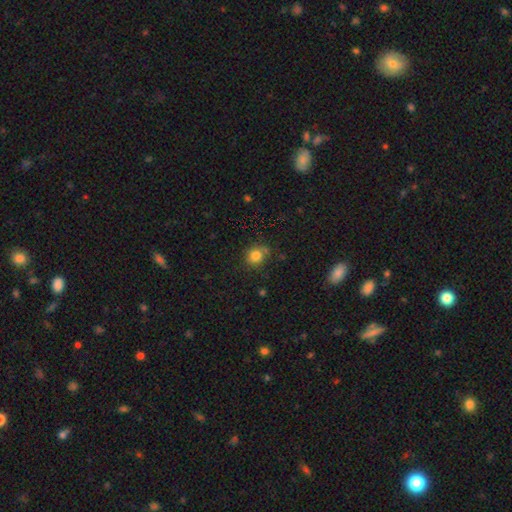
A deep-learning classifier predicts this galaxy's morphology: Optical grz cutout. It shows a smooth galaxy with no disk features (81%) that is round (73%). Merging: none (70%).